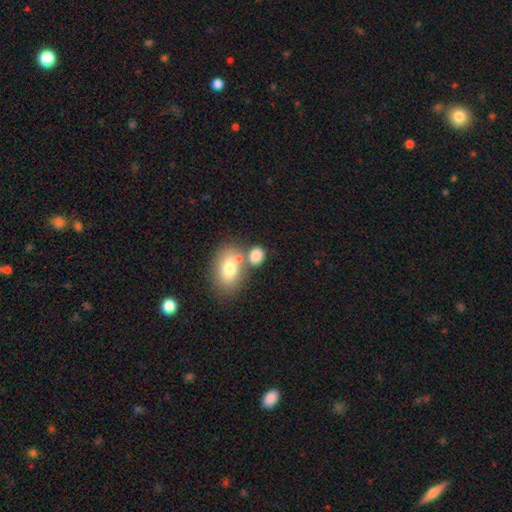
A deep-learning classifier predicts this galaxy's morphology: type=smooth (81%); roundness=in between (57%); merging=none (51%).